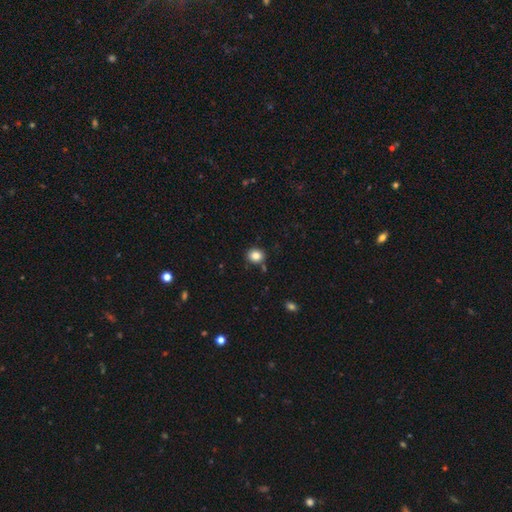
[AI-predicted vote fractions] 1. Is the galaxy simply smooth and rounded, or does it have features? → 84% smooth, 10% star or artifact, 5% featured or disk.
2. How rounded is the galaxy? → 76% round, 23% in between, 1% cigar-shaped.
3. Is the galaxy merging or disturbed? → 84% none, 9% minor disturbance, 5% merger, 2% major disturbance.